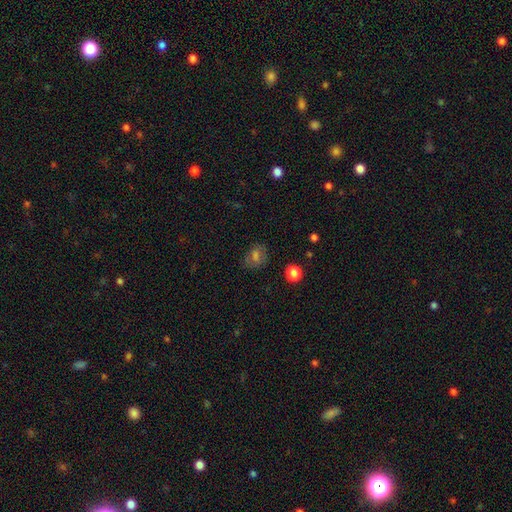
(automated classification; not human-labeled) smooth-or-featured: smooth: 60% | star or artifact: 22% | featured or disk: 17%
  how-rounded: in between: 54% | round: 45% | cigar-shaped: 2%
  merging: none: 76% | minor disturbance: 15% | major disturbance: 6% | merger: 2%